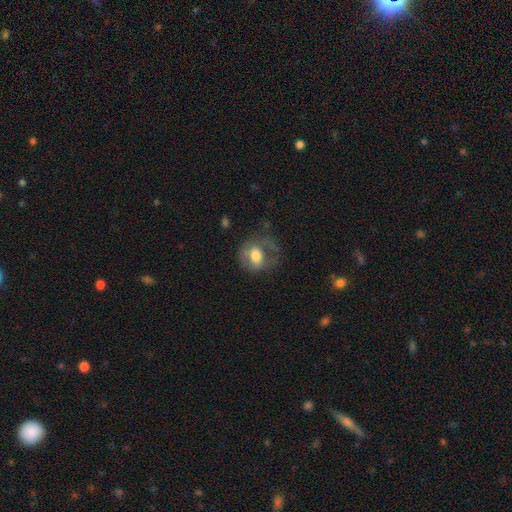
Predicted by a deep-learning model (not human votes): Smooth or featured: smooth — 51% (featured or disk — 42%)
How rounded: in between — 50% (round — 48%)
Merging: none — 44% (major disturbance — 30%)